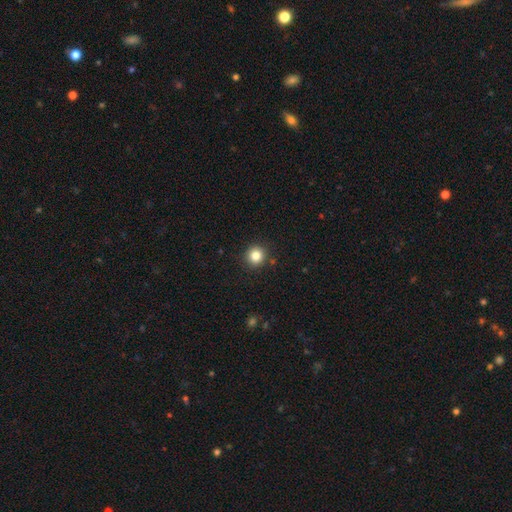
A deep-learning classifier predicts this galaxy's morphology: Smooth or featured?
  - smooth: 83% *
  - star or artifact: 12%
  - featured or disk: 6%
How rounded?
  - round: 93% *
  - in between: 6%
  - cigar-shaped: 1%
Merging?
  - none: 90% *
  - minor disturbance: 6%
  - major disturbance: 2%
  - merger: 2%